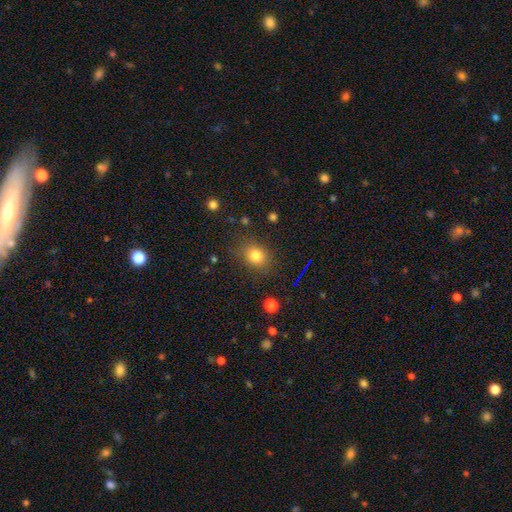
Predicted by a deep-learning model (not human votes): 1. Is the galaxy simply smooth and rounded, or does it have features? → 79% smooth, 14% star or artifact, 7% featured or disk.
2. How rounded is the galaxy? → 56% round, 43% in between, 1% cigar-shaped.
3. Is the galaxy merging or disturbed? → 81% none, 13% minor disturbance, 5% major disturbance, 2% merger.